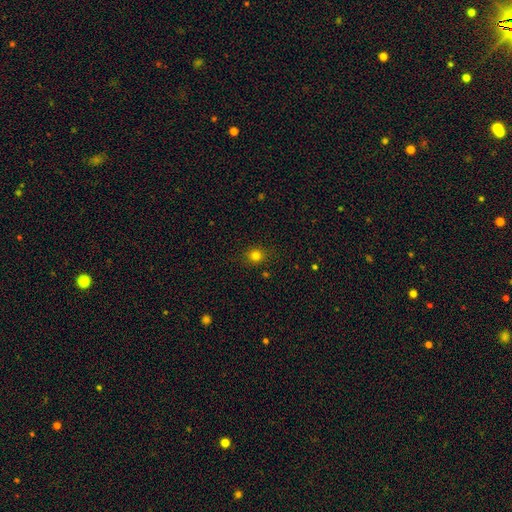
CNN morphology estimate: smooth_or_featured: smooth (p=0.79) [alt: star or artifact p=0.16]
how_rounded: round (p=0.83) [alt: in between p=0.16]
merging: none (p=0.87) [alt: minor disturbance p=0.09]